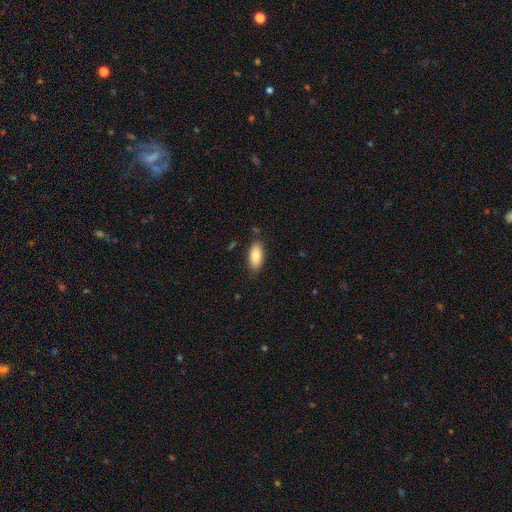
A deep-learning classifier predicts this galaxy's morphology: smooth_or_featured: smooth (p=0.83) [alt: featured or disk p=0.10]
how_rounded: in between (p=0.90) [alt: cigar-shaped p=0.07]
merging: none (p=0.82) [alt: minor disturbance p=0.14]